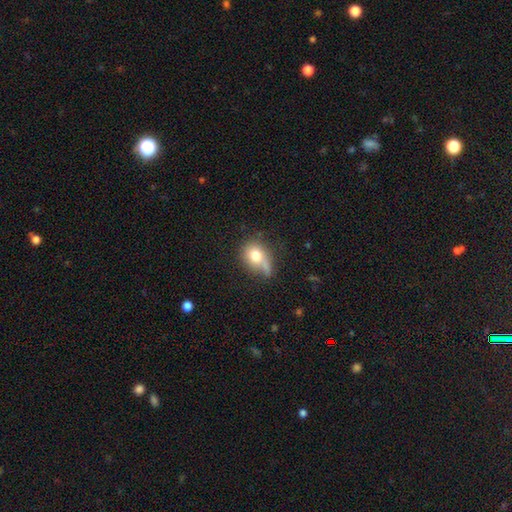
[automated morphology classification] smooth_or_featured: smooth (p=0.75) [alt: featured or disk p=0.15]
how_rounded: round (p=0.59) [alt: in between p=0.39]
merging: none (p=0.41) [alt: minor disturbance p=0.26]